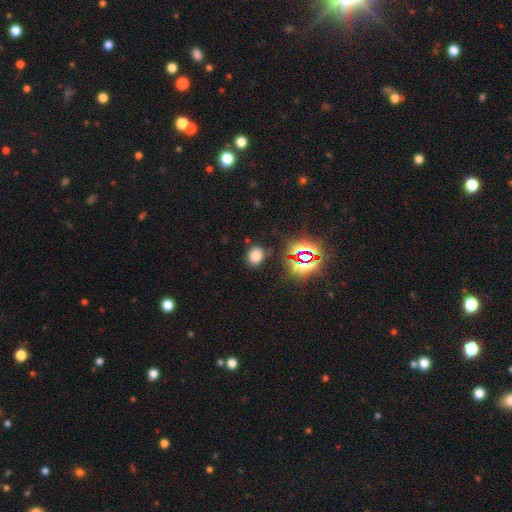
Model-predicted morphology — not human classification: Smooth or featured: smooth — 71% (star or artifact — 22%)
How rounded: round — 61% (in between — 38%)
Merging: none — 84% (minor disturbance — 10%)